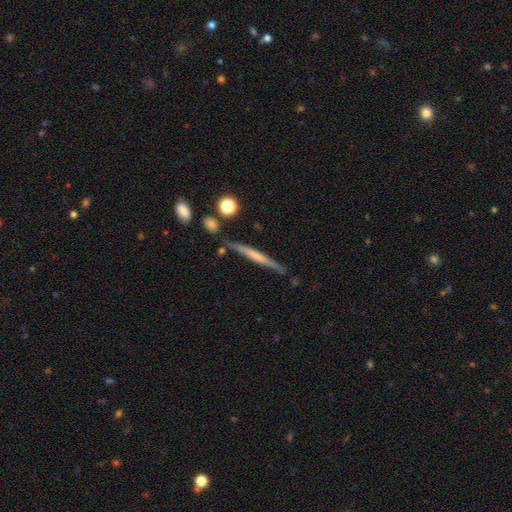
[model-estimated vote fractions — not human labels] featured or disk 53%, smooth 41%, star or artifact 7%. Down the decision tree: edge-on disk — yes (96%); edge-on bulge — none (60%); merging — none (79%).